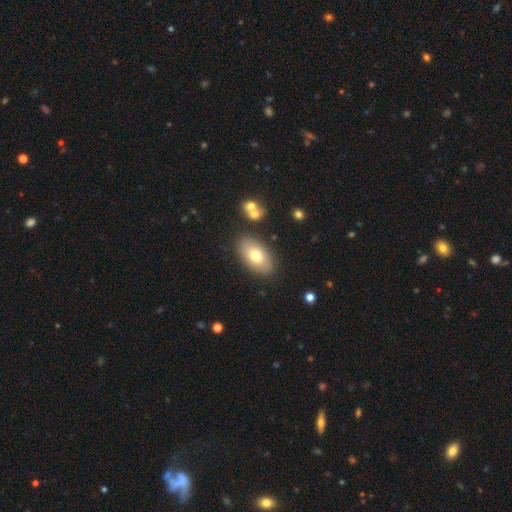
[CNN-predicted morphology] Q: Smooth or featured?
A: smooth (72%); runner-up: featured or disk (21%)
Q: How rounded?
A: in between (93%); runner-up: round (5%)
Q: Merging?
A: none (83%); runner-up: minor disturbance (10%)